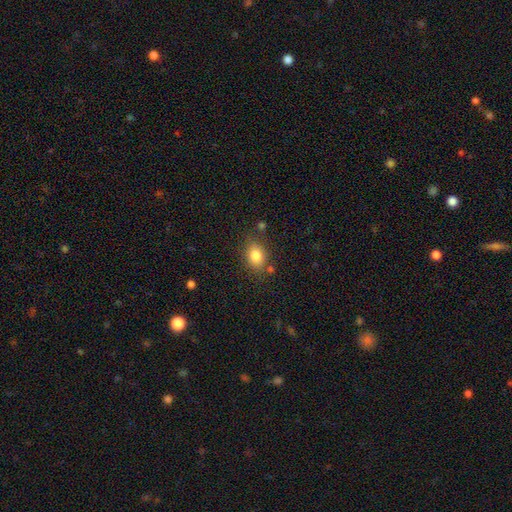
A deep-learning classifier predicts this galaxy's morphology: smooth 83%, star or artifact 10%, featured or disk 8%. Down the decision tree: how rounded — in between (66%); merging — none (77%).